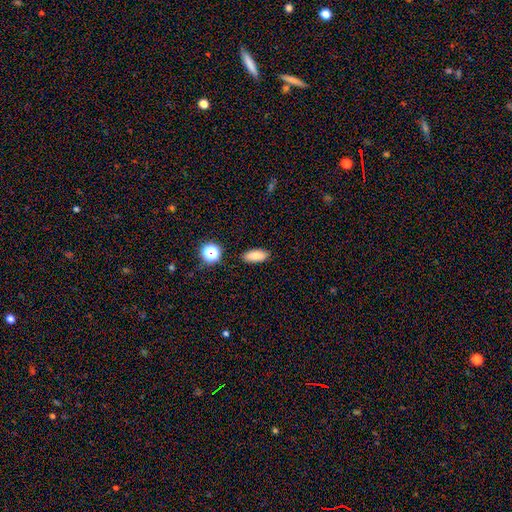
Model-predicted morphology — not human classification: Smooth or featured? Predicted: smooth (p=0.83). How rounded? Predicted: in between (p=0.83). Merging? Predicted: none (p=0.87).